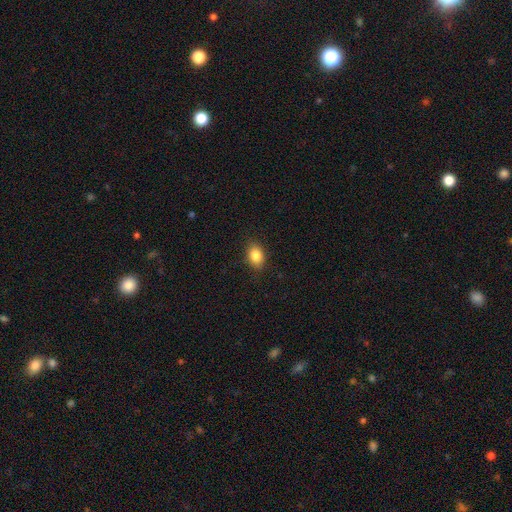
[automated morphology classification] The model was most divided on "how rounded": in between: 74%, round: 25%, cigar-shaped: 1%. More confident: merging — none (86%); smooth or featured — smooth (84%).